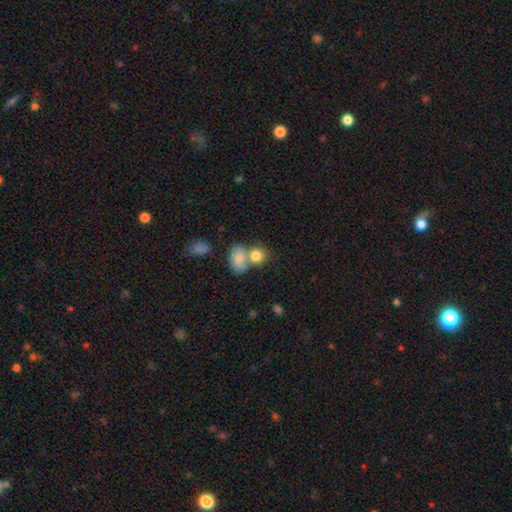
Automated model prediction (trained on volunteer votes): Smooth or featured?
  - smooth: 81% *
  - featured or disk: 11%
  - star or artifact: 8%
How rounded?
  - round: 62% *
  - in between: 37%
  - cigar-shaped: 1%
Merging?
  - merger: 51% *
  - none: 35%
  - minor disturbance: 9%
  - major disturbance: 5%